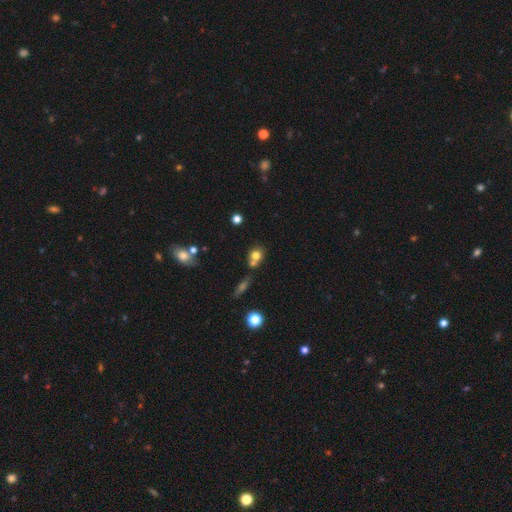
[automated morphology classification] type=smooth (74%); roundness=round (74%); merging=none (46%).